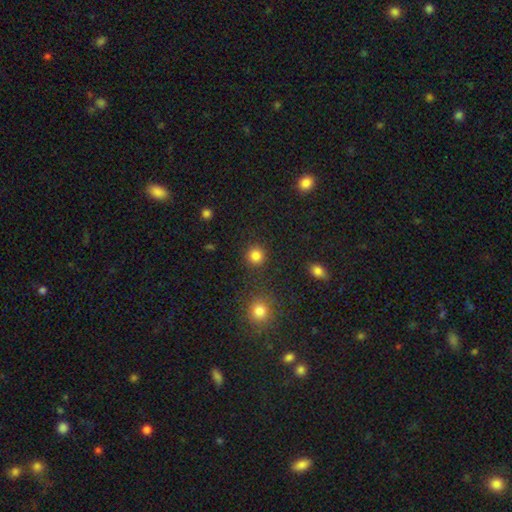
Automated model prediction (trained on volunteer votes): smooth_or_featured: smooth (p=0.84) [alt: star or artifact p=0.12]
how_rounded: round (p=0.93) [alt: in between p=0.06]
merging: none (p=0.88) [alt: minor disturbance p=0.06]